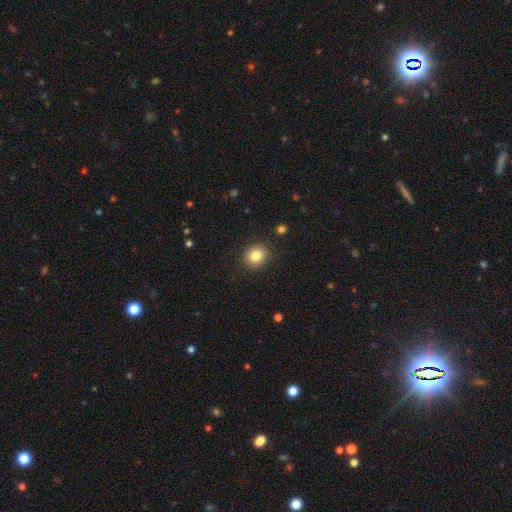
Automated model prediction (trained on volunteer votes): Smooth or featured: smooth — 83% (star or artifact — 10%)
How rounded: round — 74% (in between — 25%)
Merging: none — 89% (minor disturbance — 7%)